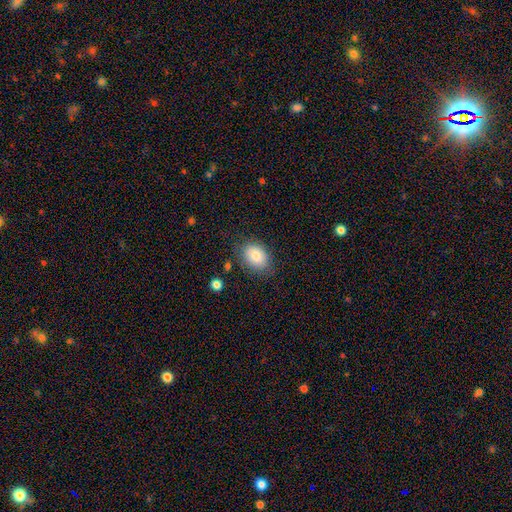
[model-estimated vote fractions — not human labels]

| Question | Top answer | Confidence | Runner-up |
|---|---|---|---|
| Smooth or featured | smooth | 83% | featured or disk (9%) |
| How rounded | in between | 76% | round (23%) |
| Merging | none | 79% | minor disturbance (15%) |